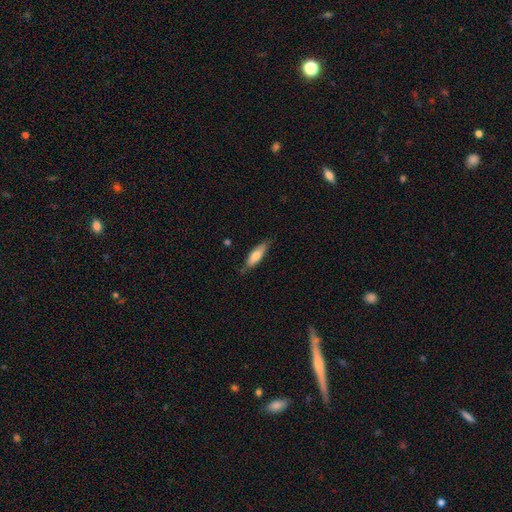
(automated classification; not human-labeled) Q: Smooth or featured?
A: smooth (70%); runner-up: featured or disk (24%)
Q: How rounded?
A: cigar-shaped (49%); tied with: in between (49%)
Q: Merging?
A: none (76%); runner-up: minor disturbance (20%)